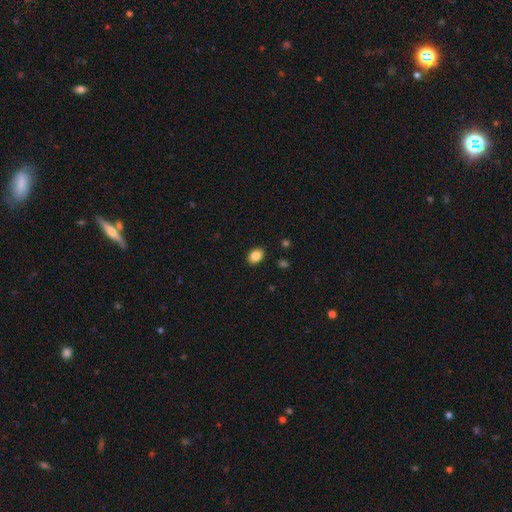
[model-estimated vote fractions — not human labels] Smooth or featured? smooth (86%)
How rounded? in between (71%)
Merging? none (89%)